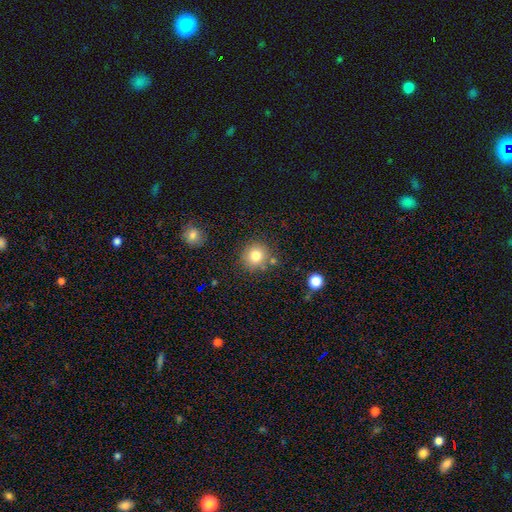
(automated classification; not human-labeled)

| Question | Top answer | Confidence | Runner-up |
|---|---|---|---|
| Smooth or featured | smooth | 81% | star or artifact (11%) |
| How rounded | round | 89% | in between (10%) |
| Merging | none | 79% | minor disturbance (11%) |